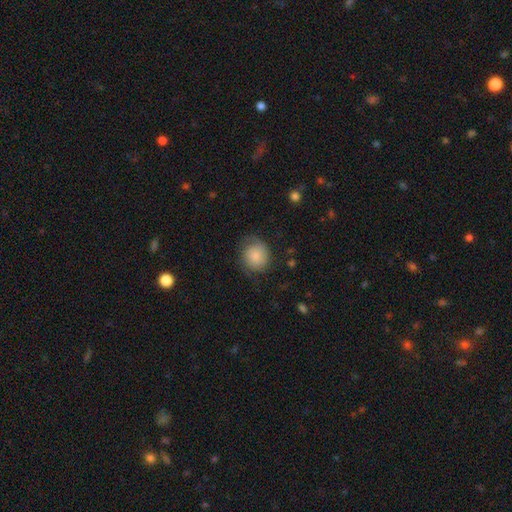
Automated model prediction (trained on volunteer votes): The model was most divided on "merging": none: 66%, minor disturbance: 22%, major disturbance: 10%, merger: 1%. More confident: how rounded — round (85%); smooth or featured — smooth (70%).